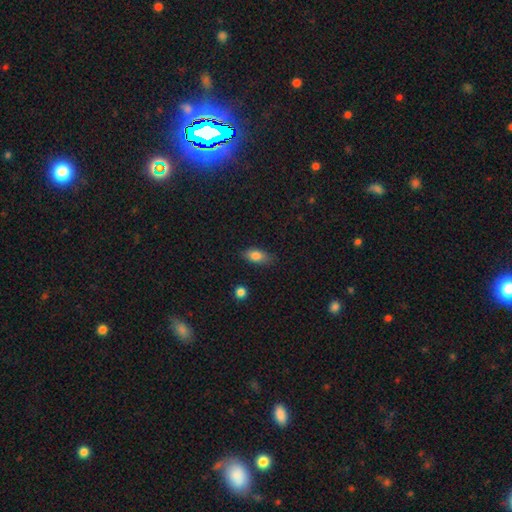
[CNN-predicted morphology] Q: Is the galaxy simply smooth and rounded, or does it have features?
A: smooth — 82%.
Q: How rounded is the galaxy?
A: in between — 84%.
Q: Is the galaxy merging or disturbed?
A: none — 78%.